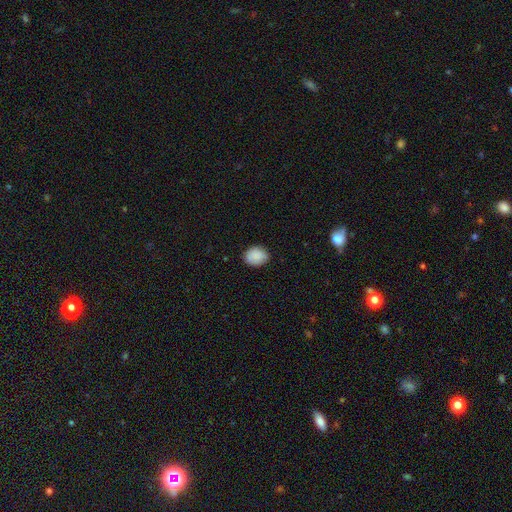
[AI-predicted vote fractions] Smooth or featured?
  - smooth: 87% *
  - star or artifact: 8%
  - featured or disk: 5%
How rounded?
  - in between: 50% *
  - round: 49%
  - cigar-shaped: 1%
Merging?
  - none: 80% *
  - minor disturbance: 16%
  - major disturbance: 3%
  - merger: 1%